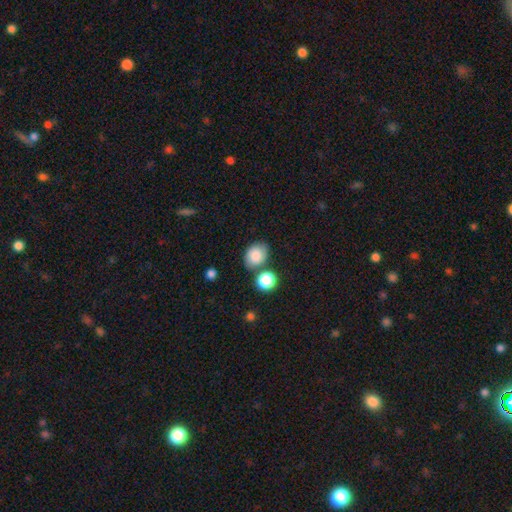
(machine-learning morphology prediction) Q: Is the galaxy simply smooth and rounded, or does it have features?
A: smooth — 83%.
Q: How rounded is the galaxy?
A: in between — 59%.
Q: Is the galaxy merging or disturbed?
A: none — 67%.